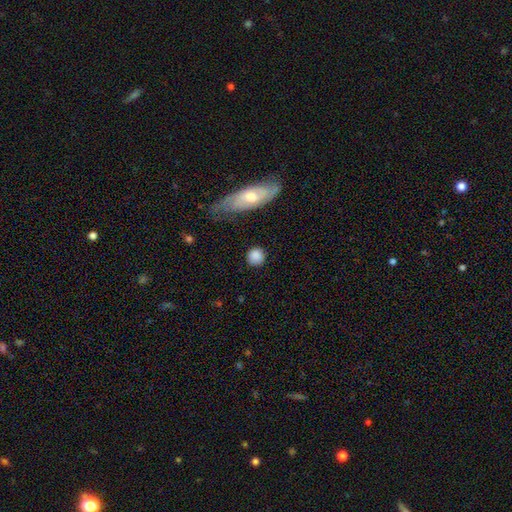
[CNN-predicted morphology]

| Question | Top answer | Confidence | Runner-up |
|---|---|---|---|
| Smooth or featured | smooth | 84% | featured or disk (9%) |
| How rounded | round | 86% | in between (12%) |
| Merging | none | 82% | minor disturbance (12%) |